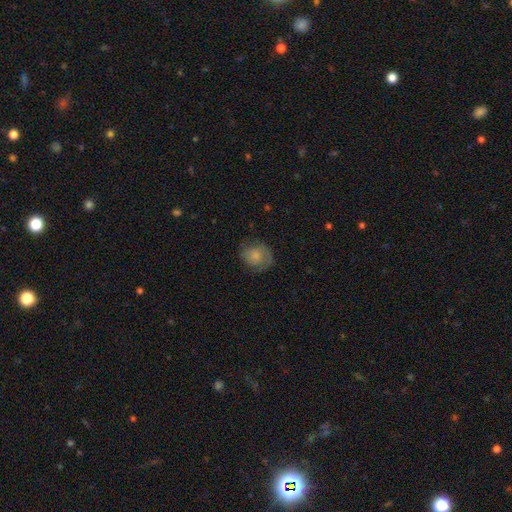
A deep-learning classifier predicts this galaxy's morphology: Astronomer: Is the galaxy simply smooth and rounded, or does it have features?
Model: smooth — 69%.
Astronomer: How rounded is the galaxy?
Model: round — 72%.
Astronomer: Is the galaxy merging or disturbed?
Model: none — 65%.